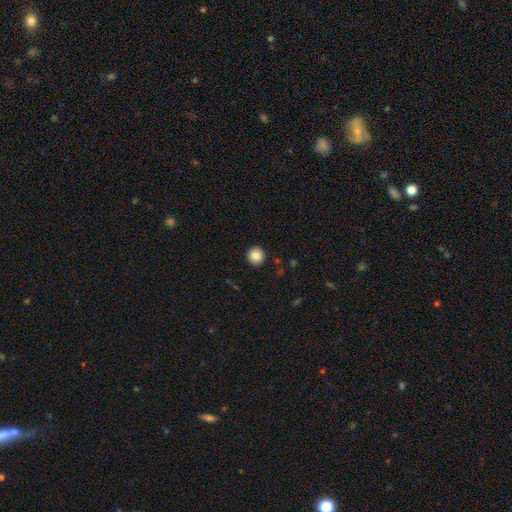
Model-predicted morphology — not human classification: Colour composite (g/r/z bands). It shows a smooth galaxy with no disk features (85%) that is round (91%). Merging: none (92%).